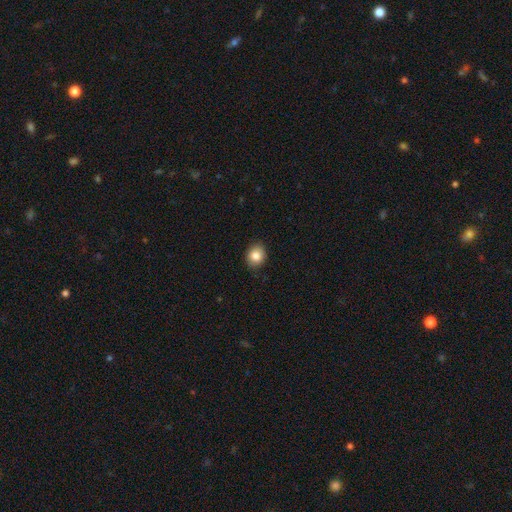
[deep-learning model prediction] Overall: smooth (85%). How rounded: round (61%; in between 38%). Merging: none (87%).